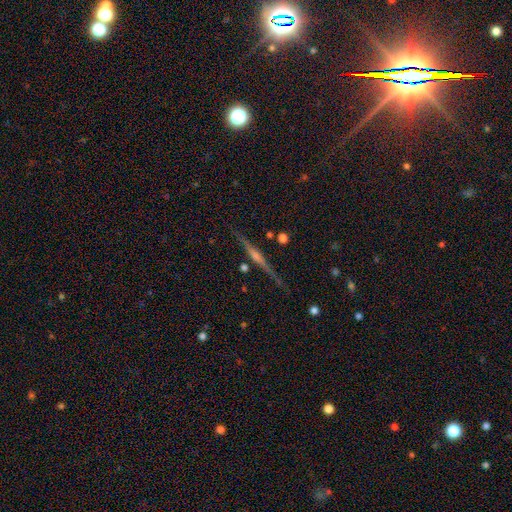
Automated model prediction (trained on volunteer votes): A featured or disk galaxy (80%) viewed edge-on (98%) with a rounded central bulge (68%). Merging: none (87%).